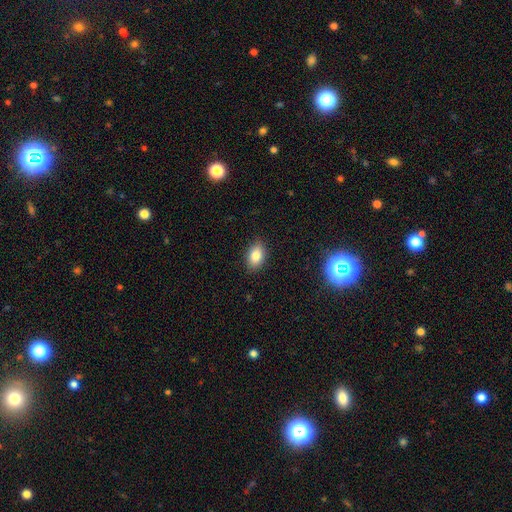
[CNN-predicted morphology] type=smooth (82%); roundness=in between (87%); merging=none (87%).